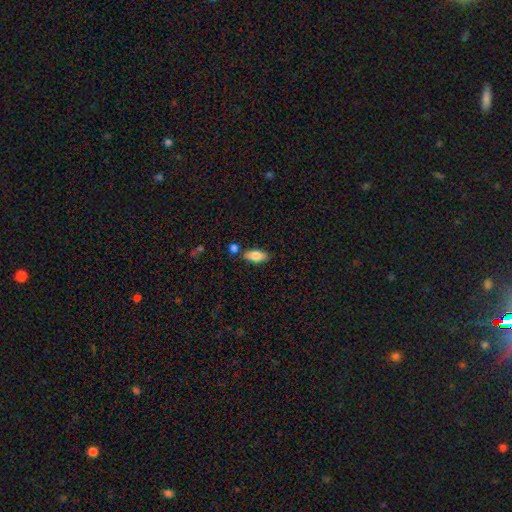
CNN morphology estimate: smooth-or-featured: smooth: 79% | featured or disk: 14% | star or artifact: 7%
  how-rounded: in between: 83% | cigar-shaped: 15% | round: 3%
  merging: none: 74% | minor disturbance: 14% | merger: 9% | major disturbance: 3%